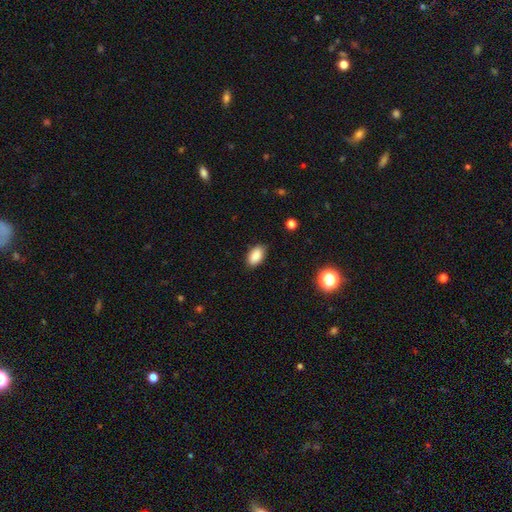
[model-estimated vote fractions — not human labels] smooth 88%, star or artifact 8%, featured or disk 4%. Down the decision tree: how rounded — in between (93%); merging — none (83%).